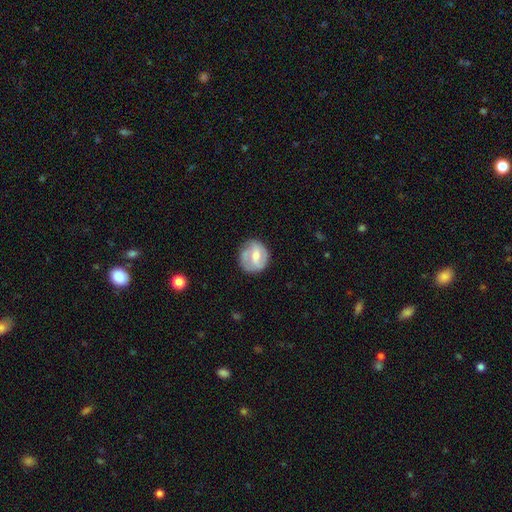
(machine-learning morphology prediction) Smooth or featured? Predicted: featured or disk (p=0.58). Edge-on disk? Predicted: no (p=0.97). Bar? Predicted: weak (p=0.50). Spiral arms? Predicted: yes (p=0.77). Bulge size? Predicted: moderate (p=0.58). Merging? Predicted: none (p=0.72).